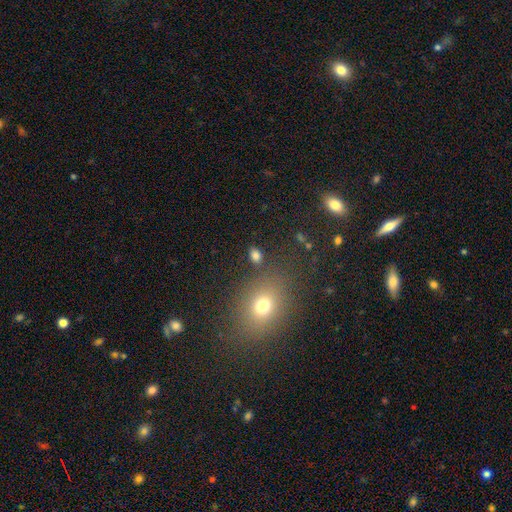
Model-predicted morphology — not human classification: A smooth galaxy with no disk features (79%) that is in between round and cigar-shaped (72%).

Vote fractions:
- Smooth or featured? smooth: 79% / star or artifact: 15% / featured or disk: 6%
- How rounded? in between: 72% / round: 25% / cigar-shaped: 2%
- Merging? none: 82% / minor disturbance: 9% / merger: 5% / major disturbance: 4%